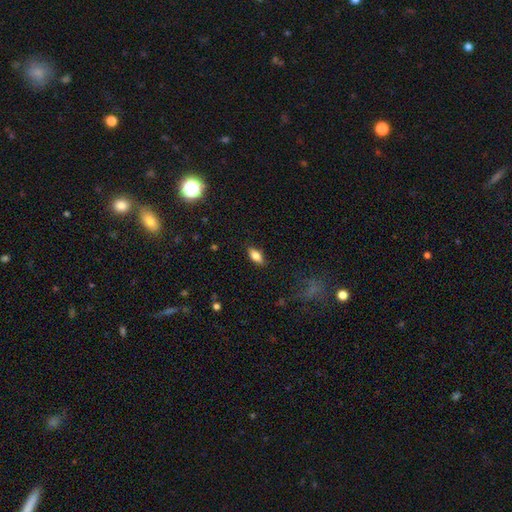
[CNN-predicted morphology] Smooth or featured? Predicted: smooth (p=0.74). How rounded? Predicted: in between (p=0.81). Merging? Predicted: none (p=0.86).